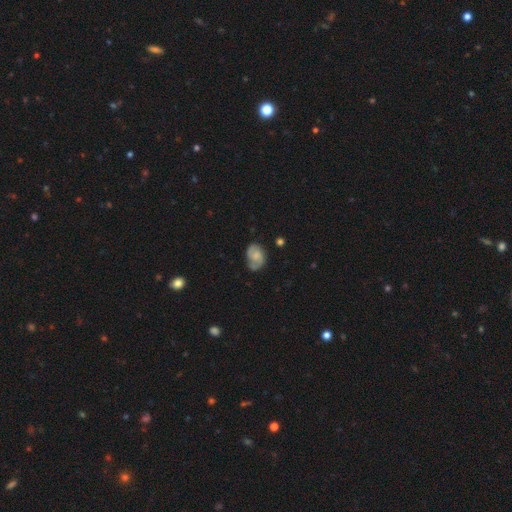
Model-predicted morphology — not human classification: smooth-or-featured: featured or disk: 55% | smooth: 38% | star or artifact: 8%
  disk-edge-on: no: 97% | yes: 3%
    bar: no: 65% | weak: 31% | strong: 4%
    has-spiral-arms: yes: 87% | no: 13%
    bulge-size: small: 31% | none: 30% | moderate: 29% | large: 8% | dominant: 2%
  merging: none: 66% | minor disturbance: 24% | major disturbance: 8% | merger: 2%